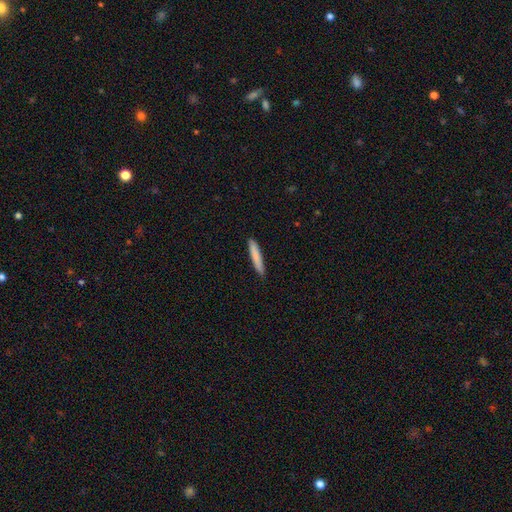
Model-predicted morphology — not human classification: This appears to be a smooth galaxy with no disk features (82%) that is cigar-shaped (94%). Merging: none (89%).